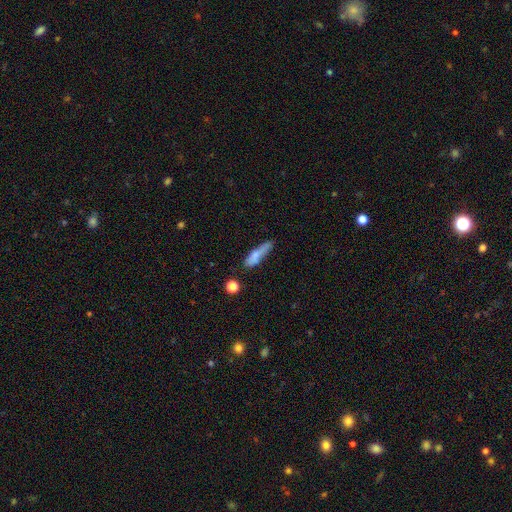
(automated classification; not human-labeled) The model was most divided on "merging": none: 52%, minor disturbance: 29%, major disturbance: 11%, merger: 8%. More confident: how rounded — cigar-shaped (75%); smooth or featured — smooth (70%).